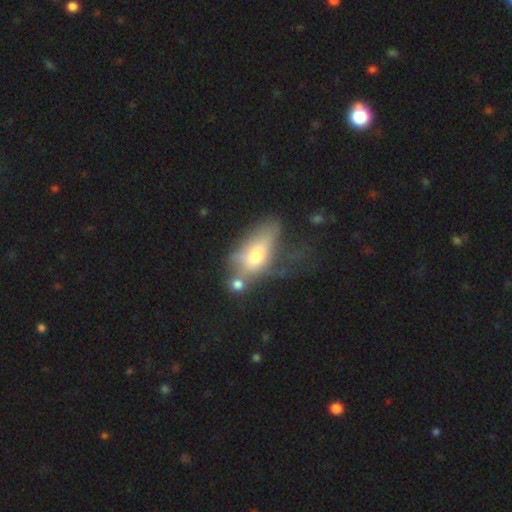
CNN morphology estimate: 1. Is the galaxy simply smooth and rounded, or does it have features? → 52% smooth, 38% featured or disk, 10% star or artifact.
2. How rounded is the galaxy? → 80% in between, 15% cigar-shaped, 6% round.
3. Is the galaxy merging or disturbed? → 35% major disturbance, 24% none, 21% minor disturbance, 20% merger.